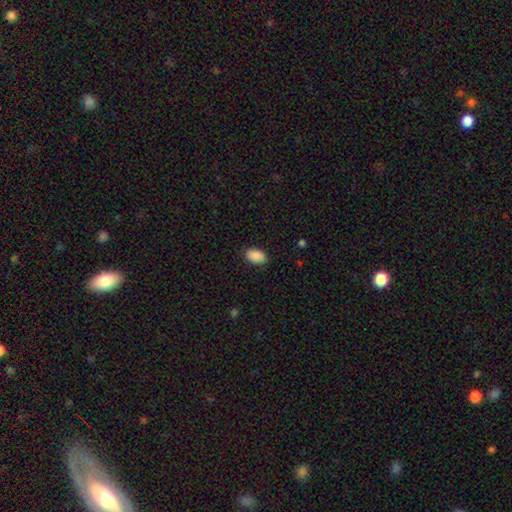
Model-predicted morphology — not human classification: Q: Smooth or featured?
A: smooth (90%); runner-up: star or artifact (7%)
Q: How rounded?
A: in between (92%); runner-up: round (7%)
Q: Merging?
A: none (88%); runner-up: minor disturbance (9%)